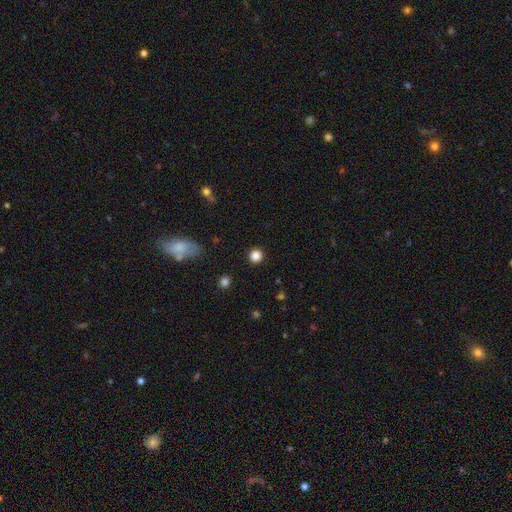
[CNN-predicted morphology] Smooth or featured? smooth (84%)
How rounded? round (94%)
Merging? none (92%)